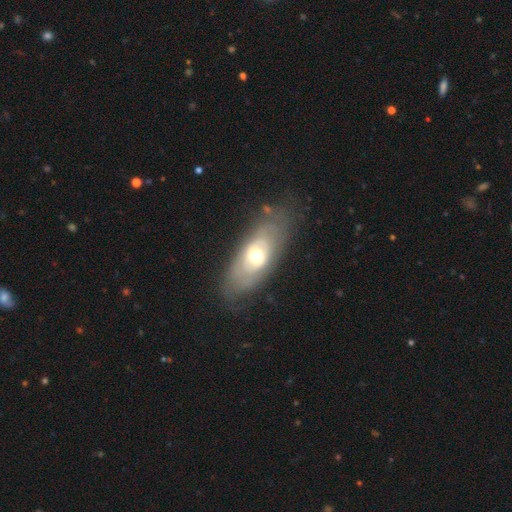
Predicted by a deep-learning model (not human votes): Smooth or featured? Predicted: featured or disk (p=0.55). Edge-on disk? Predicted: no (p=0.83). Merging? Predicted: none (p=0.73).